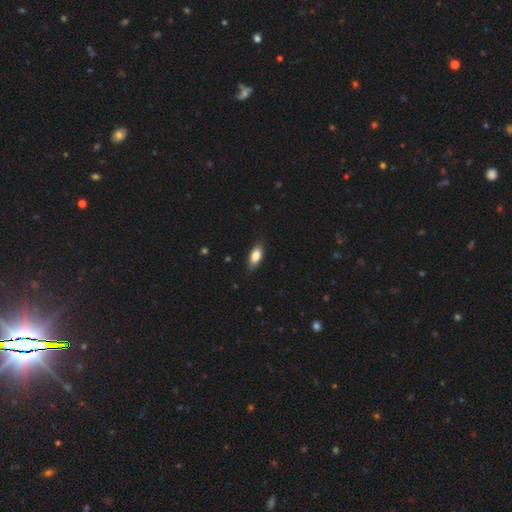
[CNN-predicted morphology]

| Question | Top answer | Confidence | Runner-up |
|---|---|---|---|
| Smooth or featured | smooth | 82% | featured or disk (11%) |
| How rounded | in between | 84% | cigar-shaped (12%) |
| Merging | none | 81% | minor disturbance (15%) |